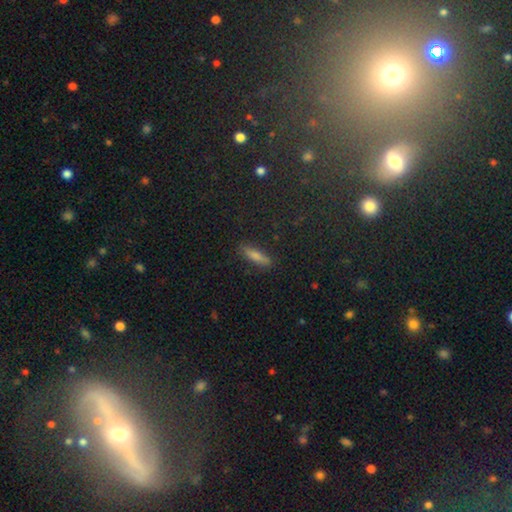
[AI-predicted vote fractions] Morphology: type=smooth (70%); roundness=cigar-shaped (71%); merging=none (88%).